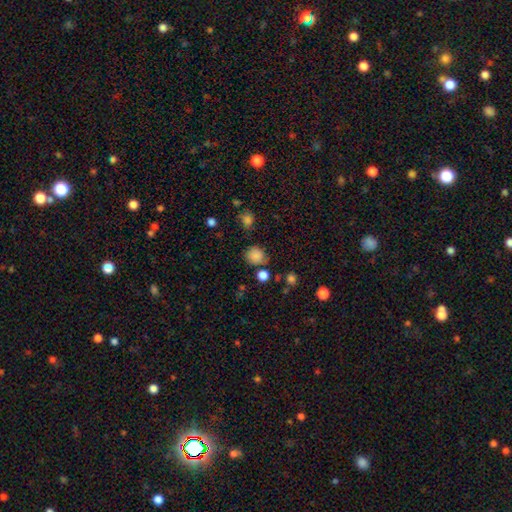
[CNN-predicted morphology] smooth_or_featured: smooth (p=0.83) [alt: star or artifact p=0.12]
how_rounded: round (p=0.82) [alt: in between p=0.17]
merging: none (p=0.72) [alt: minor disturbance p=0.17]